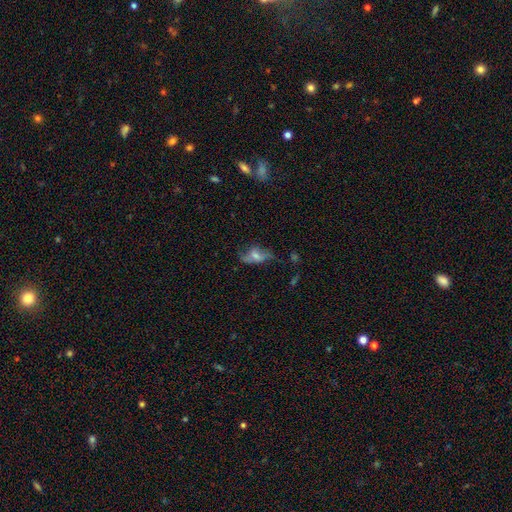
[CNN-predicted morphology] Smooth or featured? Predicted: featured or disk (p=0.52). Edge-on disk? Predicted: no (p=0.71). Merging? Predicted: none (p=0.50).